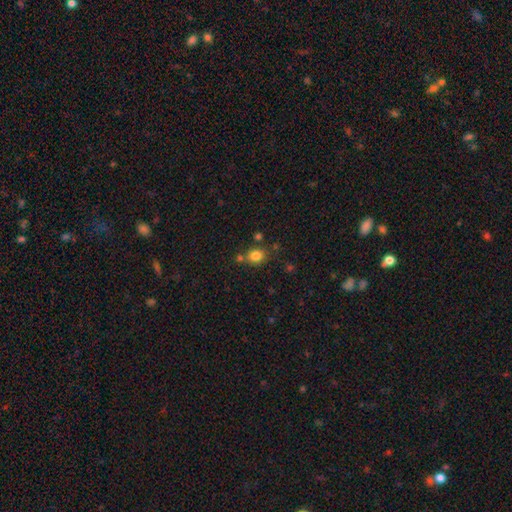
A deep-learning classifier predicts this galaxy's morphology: Smooth or featured?
  - smooth: 81% *
  - star or artifact: 12%
  - featured or disk: 6%
How rounded?
  - round: 62% *
  - in between: 37%
  - cigar-shaped: 1%
Merging?
  - none: 68% *
  - merger: 14%
  - minor disturbance: 13%
  - major disturbance: 4%